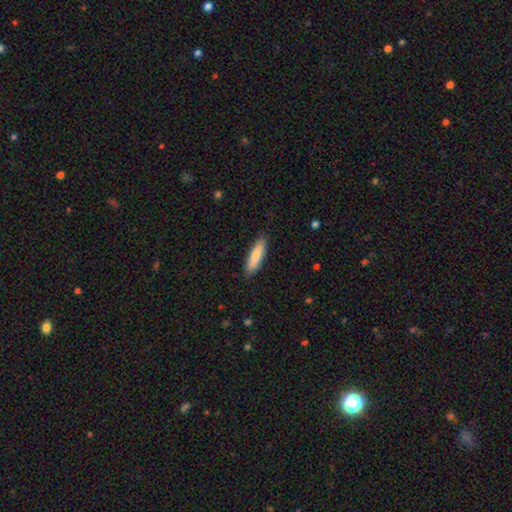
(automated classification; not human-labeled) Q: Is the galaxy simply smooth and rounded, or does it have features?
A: smooth — 81%.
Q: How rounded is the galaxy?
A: cigar-shaped — 65%.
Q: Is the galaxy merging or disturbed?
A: none — 86%.